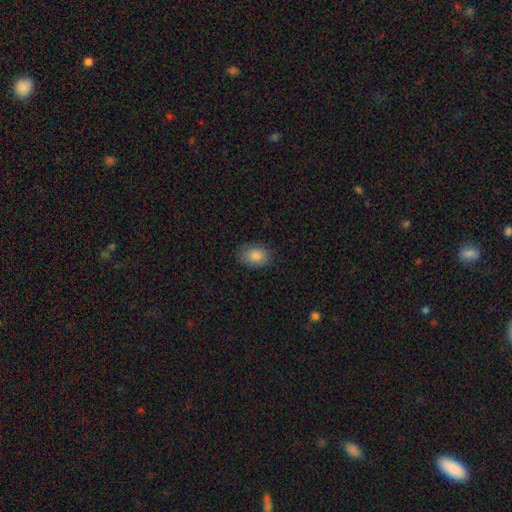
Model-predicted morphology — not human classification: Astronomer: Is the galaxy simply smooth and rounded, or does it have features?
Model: smooth — 84%.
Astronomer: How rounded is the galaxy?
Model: in between — 72%.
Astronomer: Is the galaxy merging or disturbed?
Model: none — 79%.